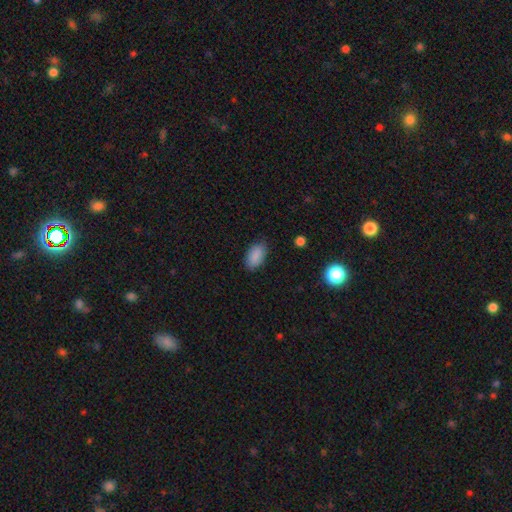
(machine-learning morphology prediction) A smooth galaxy with no disk features (88%) that is in between round and cigar-shaped (93%).

Vote fractions:
- Smooth or featured? smooth: 88% / star or artifact: 8% / featured or disk: 4%
- How rounded? in between: 93% / round: 5% / cigar-shaped: 2%
- Merging? none: 82% / minor disturbance: 14% / major disturbance: 3% / merger: 1%